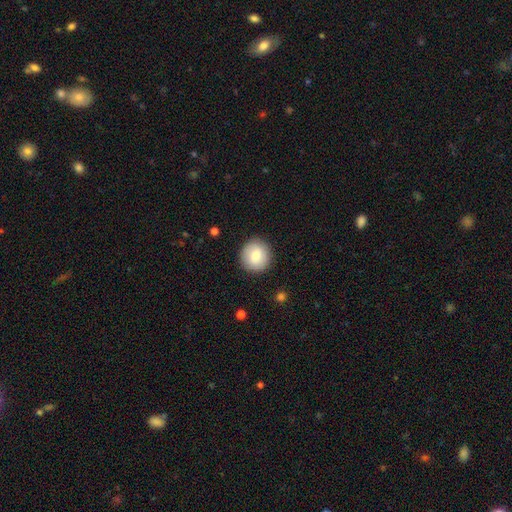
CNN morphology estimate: smooth 81%, featured or disk 12%, star or artifact 7%. Down the decision tree: how rounded — round (93%); merging — none (89%).